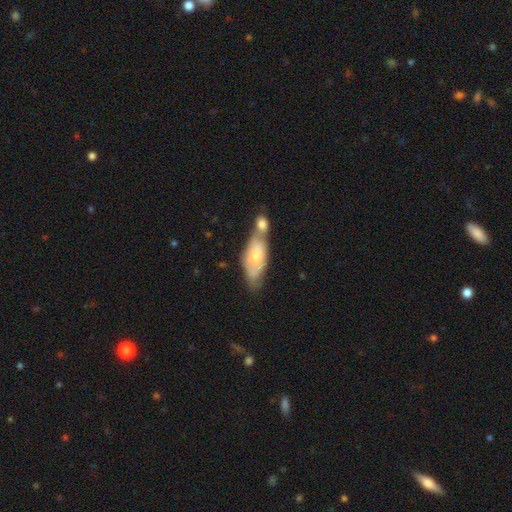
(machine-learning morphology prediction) type=smooth (52%); roundness=in between (73%); merging=merger (54%).